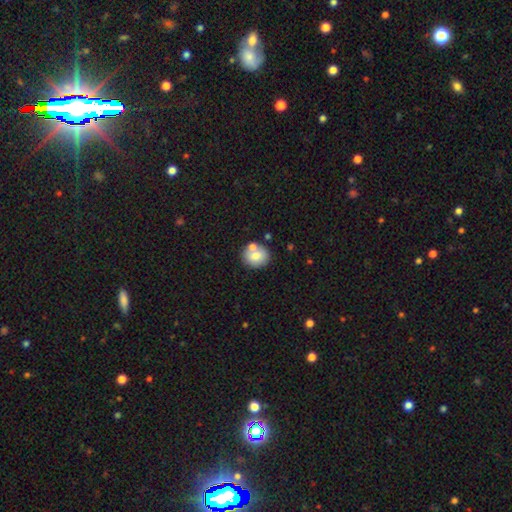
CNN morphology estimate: smooth_or_featured: smooth (p=0.75) [alt: featured or disk p=0.16]
how_rounded: round (p=0.83) [alt: in between p=0.16]
merging: none (p=0.66) [alt: merger p=0.19]